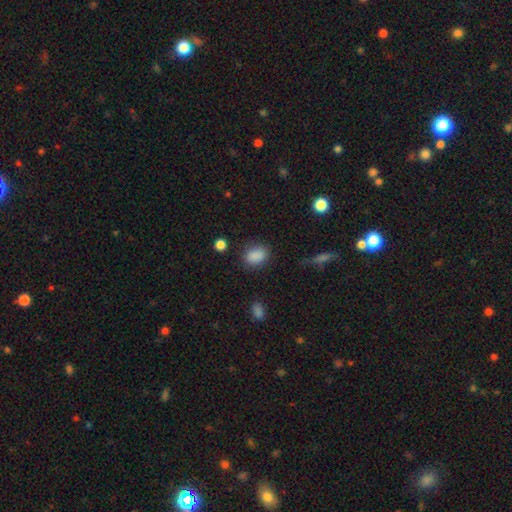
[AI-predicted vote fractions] A smooth galaxy with no disk features (87%) that is in between round and cigar-shaped (73%). Merging: none (80%).